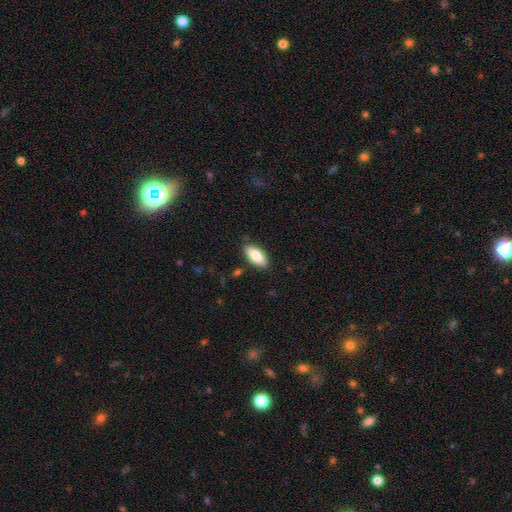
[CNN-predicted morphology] Smooth or featured? Predicted: smooth (p=0.85). How rounded? Predicted: in between (p=0.86). Merging? Predicted: none (p=0.85).